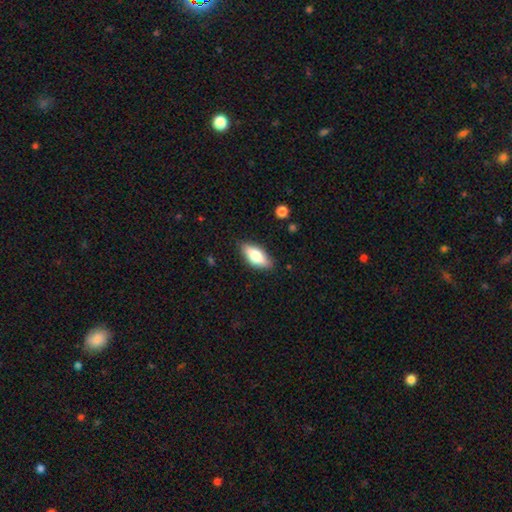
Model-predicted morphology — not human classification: smooth-or-featured: smooth: 74% | featured or disk: 20% | star or artifact: 6%
  how-rounded: in between: 82% | cigar-shaped: 16% | round: 3%
  merging: none: 84% | minor disturbance: 12% | major disturbance: 2% | merger: 1%